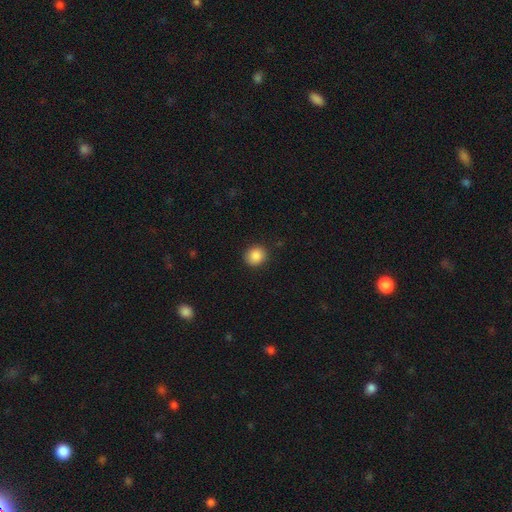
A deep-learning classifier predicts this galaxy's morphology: smooth 88%, star or artifact 9%, featured or disk 3%. Down the decision tree: how rounded — round (77%); merging — none (89%).